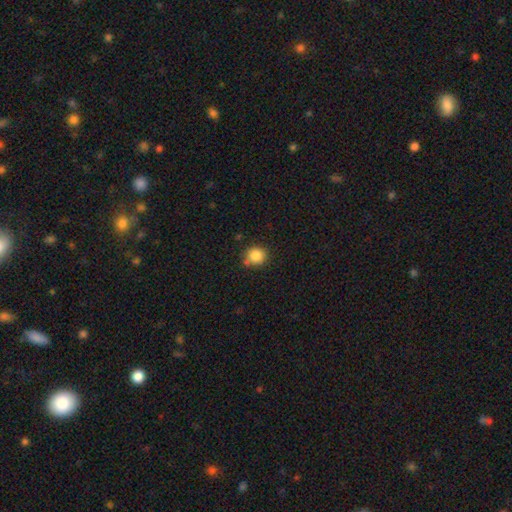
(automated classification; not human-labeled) This is clearly a smooth galaxy (85%). How rounded: clearly round (88%). Merging: likely none (73%).